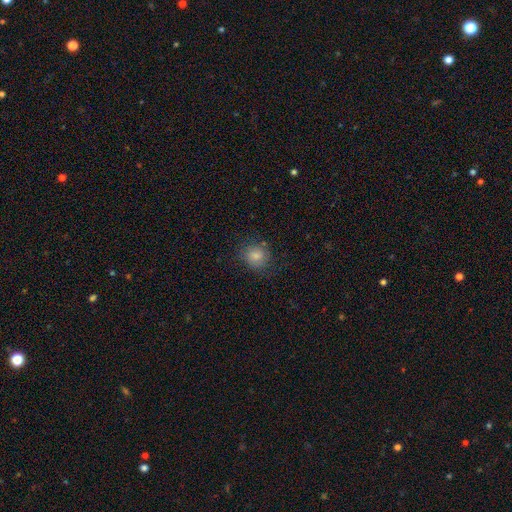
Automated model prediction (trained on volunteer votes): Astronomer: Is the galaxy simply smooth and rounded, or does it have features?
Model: smooth — 77%.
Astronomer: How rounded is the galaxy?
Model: round — 80%.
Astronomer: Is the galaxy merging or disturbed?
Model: none — 75%.